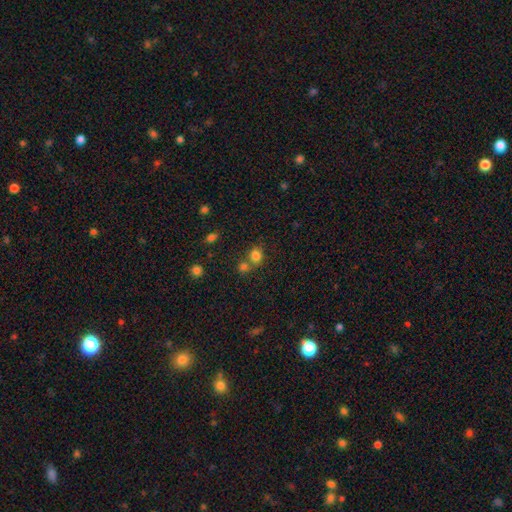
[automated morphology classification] type=smooth (79%); roundness=round (64%); merging=none (51%).